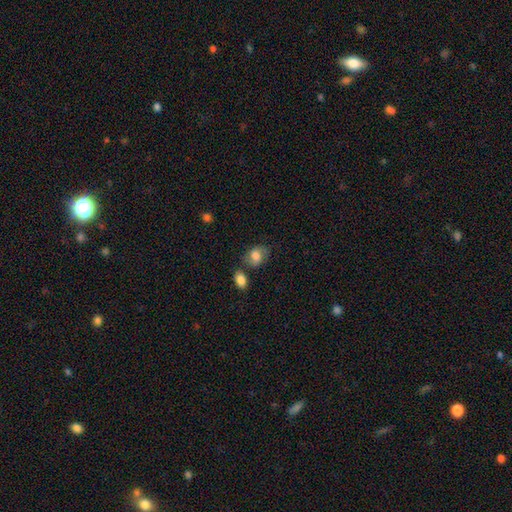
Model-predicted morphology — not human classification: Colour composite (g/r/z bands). It shows a smooth galaxy with no disk features (75%) that is in between round and cigar-shaped (68%). Merging: none (56%).